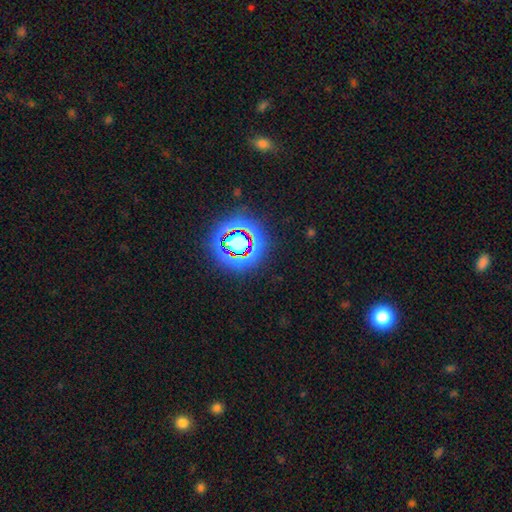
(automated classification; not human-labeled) This appears to be a star or artifact, not a galaxy (74%).